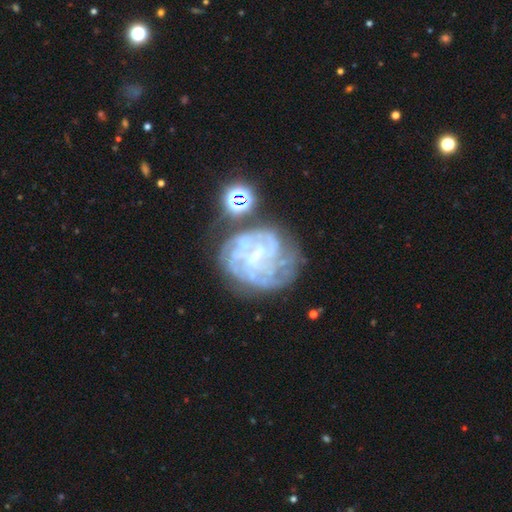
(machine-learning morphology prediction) smooth-or-featured: featured or disk: 80% | star or artifact: 10% | smooth: 10%
  disk-edge-on: no: 98% | yes: 2%
    bar: weak: 50% | no: 31% | strong: 19%
    has-spiral-arms: yes: 85% | no: 15%
      spiral-winding: tight: 59% | medium: 30% | loose: 11%
      spiral-arm-count: can't tell: 44% | 4: 17% | 3: 15% | 2: 10% | more than 4: 8% | 1: 6%
    bulge-size: small: 48% | none: 33% | moderate: 16% | large: 2% | dominant: 1%
  merging: none: 51% | minor disturbance: 21% | major disturbance: 19% | merger: 9%